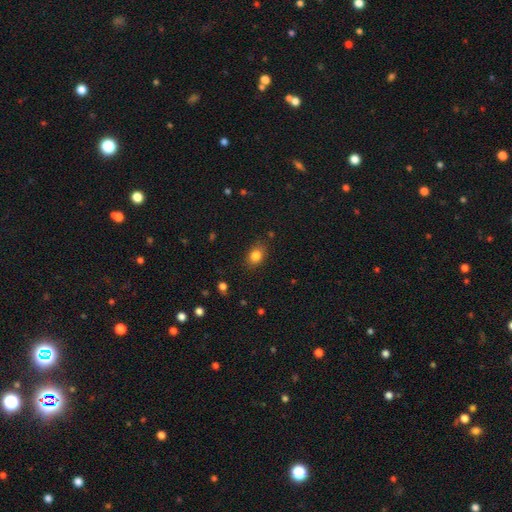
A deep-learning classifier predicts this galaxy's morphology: Smooth or featured?
  - smooth: 82% *
  - star or artifact: 11%
  - featured or disk: 7%
How rounded?
  - in between: 66% *
  - round: 33%
  - cigar-shaped: 1%
Merging?
  - none: 81% *
  - minor disturbance: 14%
  - major disturbance: 3%
  - merger: 1%